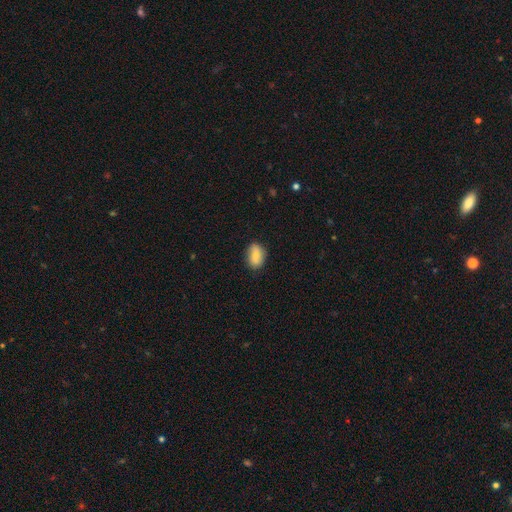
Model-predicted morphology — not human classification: Overall: smooth (75%). How rounded: in between (83%). Merging: none (81%).